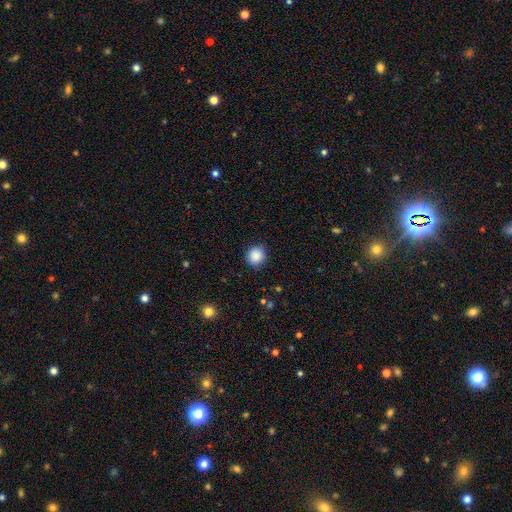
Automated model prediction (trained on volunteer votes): Smooth or featured? smooth (88%)
How rounded? round (86%)
Merging? none (85%)